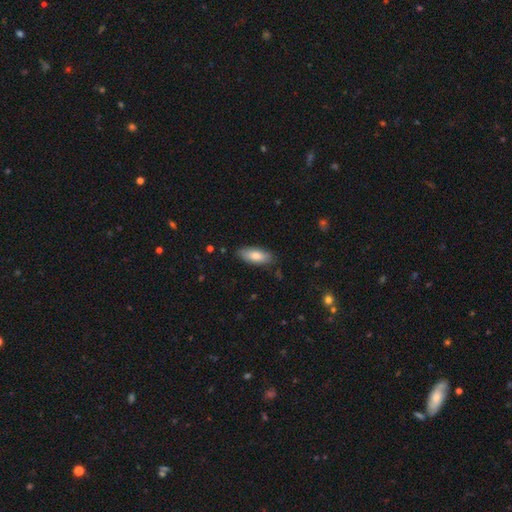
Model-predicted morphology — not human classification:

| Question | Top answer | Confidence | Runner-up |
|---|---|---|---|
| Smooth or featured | smooth | 79% | featured or disk (15%) |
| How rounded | in between | 81% | cigar-shaped (17%) |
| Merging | none | 84% | minor disturbance (13%) |